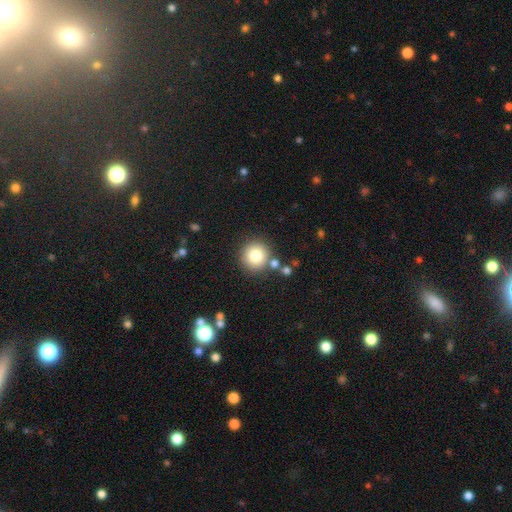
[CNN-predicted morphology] smooth 81%, star or artifact 11%, featured or disk 8%. Down the decision tree: how rounded — round (94%); merging — none (81%).